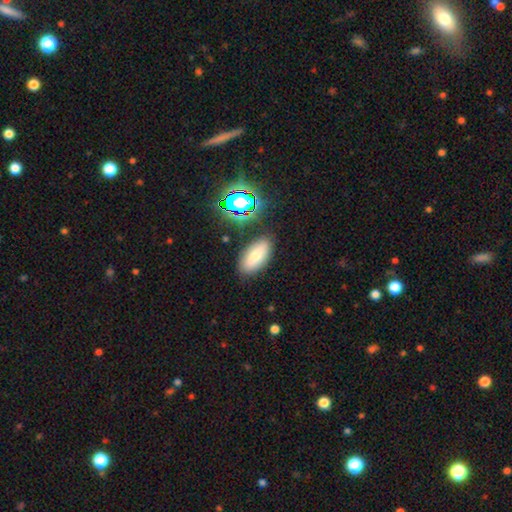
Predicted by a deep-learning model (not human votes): Smooth or featured?
  - smooth: 71% *
  - featured or disk: 17%
  - star or artifact: 11%
How rounded?
  - in between: 87% *
  - cigar-shaped: 10%
  - round: 3%
Merging?
  - none: 83% *
  - minor disturbance: 11%
  - major disturbance: 3%
  - merger: 3%